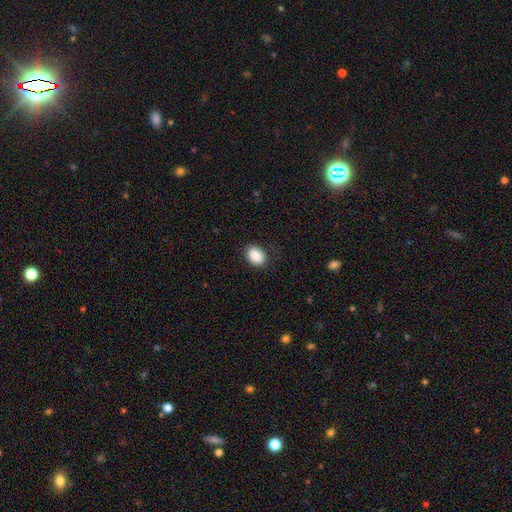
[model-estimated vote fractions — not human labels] This appears to be a smooth galaxy with no disk features (90%) that is in between round and cigar-shaped (69%). Merging: none (86%).